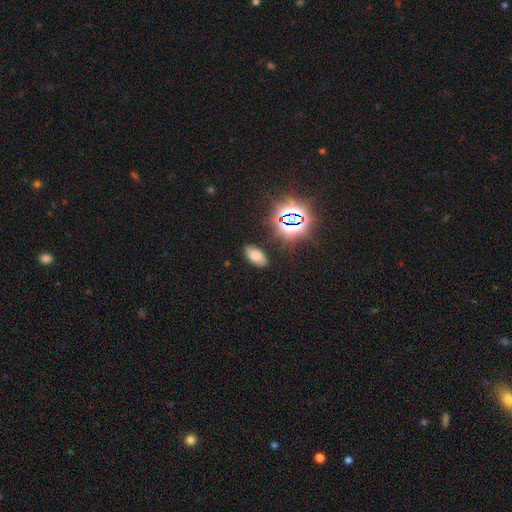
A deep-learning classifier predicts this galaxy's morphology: This is likely a smooth galaxy (66%). How rounded: clearly in between (92%). Merging: clearly none (85%).